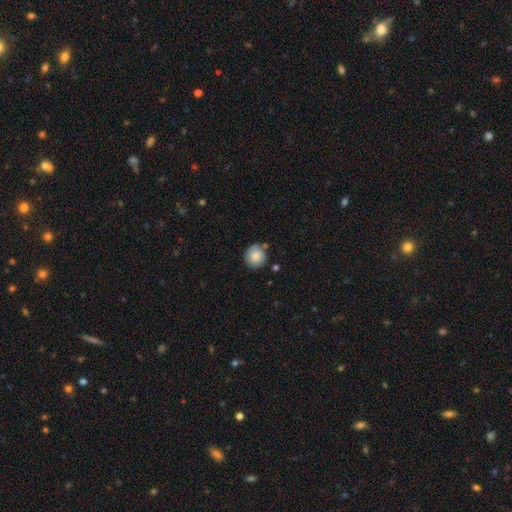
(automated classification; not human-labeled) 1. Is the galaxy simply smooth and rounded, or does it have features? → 83% smooth, 9% featured or disk, 8% star or artifact.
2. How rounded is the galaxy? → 91% round, 8% in between, 1% cigar-shaped.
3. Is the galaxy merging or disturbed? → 74% none, 17% minor disturbance, 6% merger, 4% major disturbance.